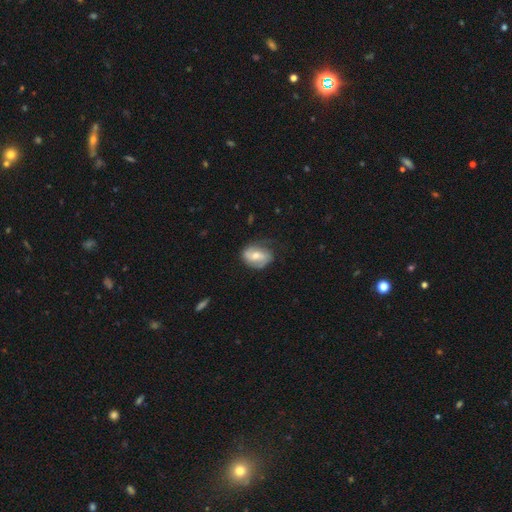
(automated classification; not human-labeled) Q: Smooth or featured?
A: featured or disk (58%); runner-up: smooth (36%)
Q: Edge-on disk?
A: no (96%); runner-up: yes (4%)
Q: Bar?
A: weak (42%); runner-up: no (36%)
Q: Spiral arms?
A: yes (80%); runner-up: no (20%)
Q: Bulge size?
A: moderate (62%); runner-up: small (30%)
Q: Merging?
A: none (61%); runner-up: minor disturbance (27%)